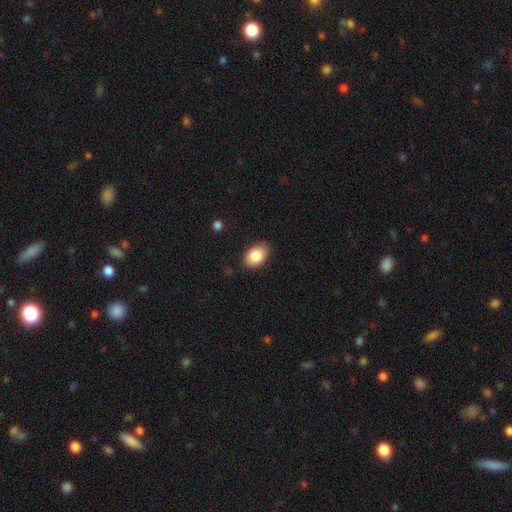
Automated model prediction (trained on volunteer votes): Smooth or featured?
  - smooth: 85% *
  - featured or disk: 8%
  - star or artifact: 7%
How rounded?
  - in between: 86% *
  - round: 12%
  - cigar-shaped: 1%
Merging?
  - none: 84% *
  - minor disturbance: 12%
  - major disturbance: 2%
  - merger: 1%